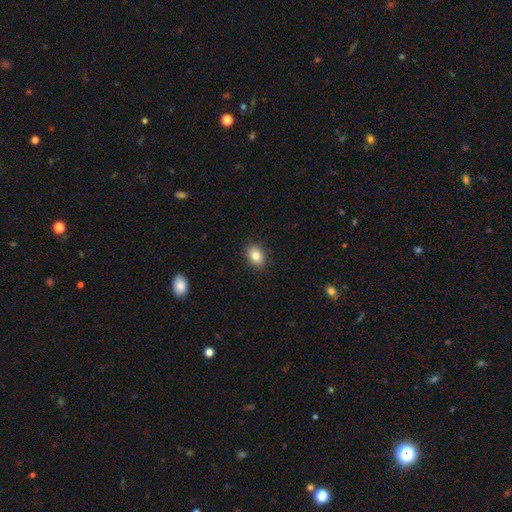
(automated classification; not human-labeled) Smooth or featured: smooth — 83% (star or artifact — 9%)
How rounded: in between — 76% (round — 22%)
Merging: none — 89% (minor disturbance — 8%)